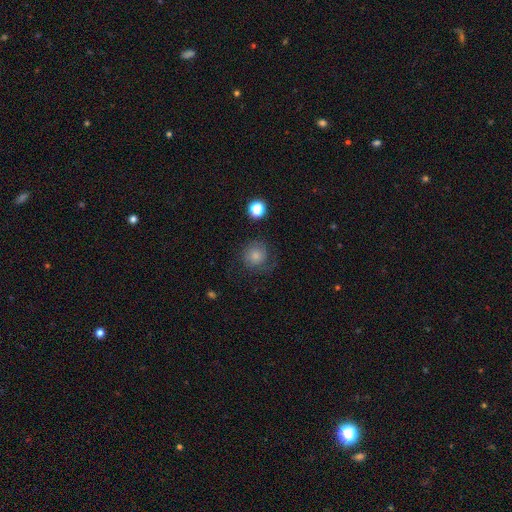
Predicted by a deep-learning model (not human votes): The model was most divided on "smooth or featured": smooth: 59%, featured or disk: 30%, star or artifact: 11%. More confident: how rounded — round (89%); merging — none (64%).